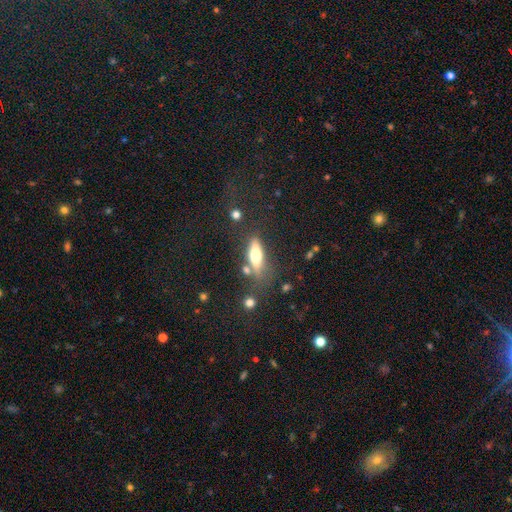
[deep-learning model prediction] Overall: smooth (58%; featured or disk 34%). How rounded: in between (54%; cigar-shaped 42%). Merging: none (65%).